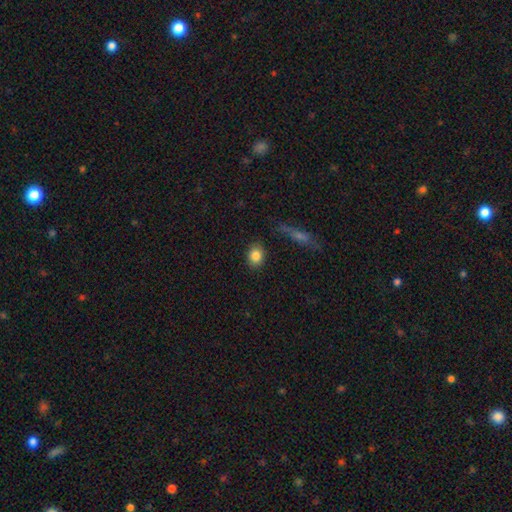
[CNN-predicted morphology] smooth-or-featured: smooth: 84% | star or artifact: 9% | featured or disk: 7%
  how-rounded: round: 52% | in between: 47% | cigar-shaped: 2%
  merging: none: 86% | minor disturbance: 10% | major disturbance: 3% | merger: 2%